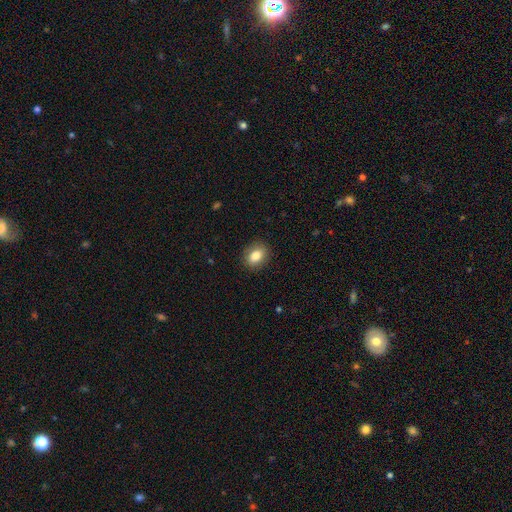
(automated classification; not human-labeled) Smooth or featured? Predicted: smooth (p=0.83). How rounded? Predicted: in between (p=0.61). Merging? Predicted: none (p=0.88).